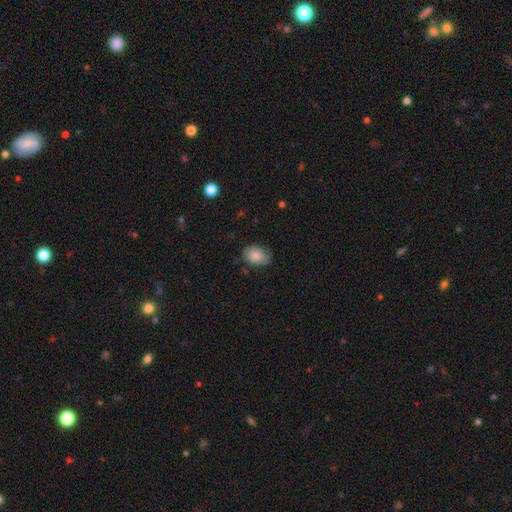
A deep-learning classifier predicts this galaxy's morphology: smooth_or_featured: smooth (p=0.81) [alt: featured or disk p=0.11]
how_rounded: in between (p=0.79) [alt: round p=0.20]
merging: none (p=0.70) [alt: minor disturbance p=0.24]